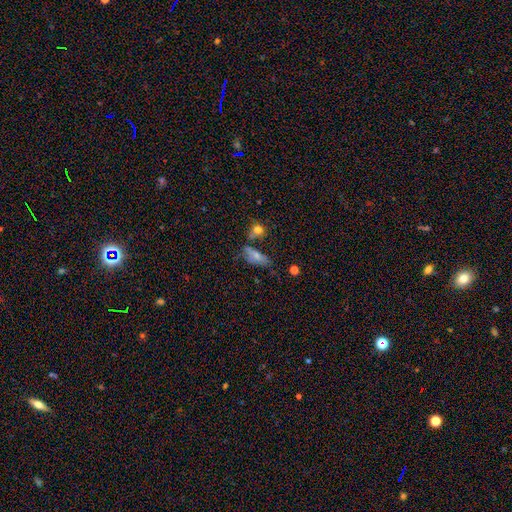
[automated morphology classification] type=smooth (67%); roundness=in between (77%); merging=none (42%).